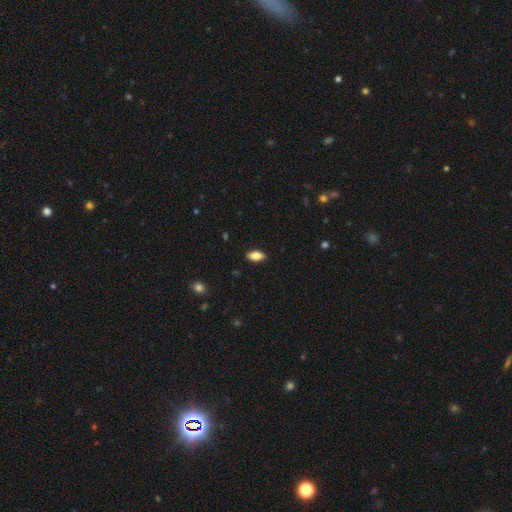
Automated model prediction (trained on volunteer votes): This appears to be a smooth galaxy with no disk features (80%) that is in between round and cigar-shaped (89%). Merging: none (88%).